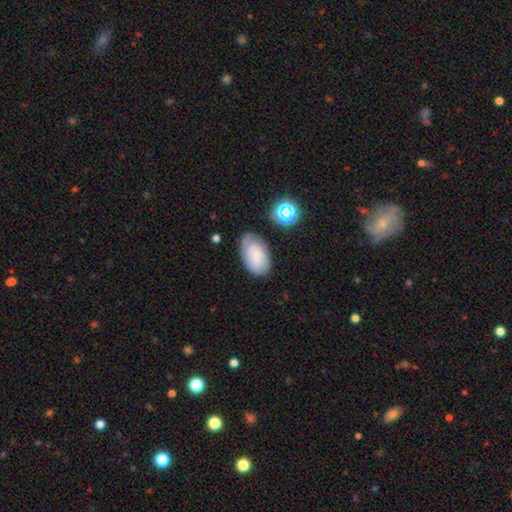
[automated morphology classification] type=smooth (60%); roundness=in between (92%); merging=none (59%).